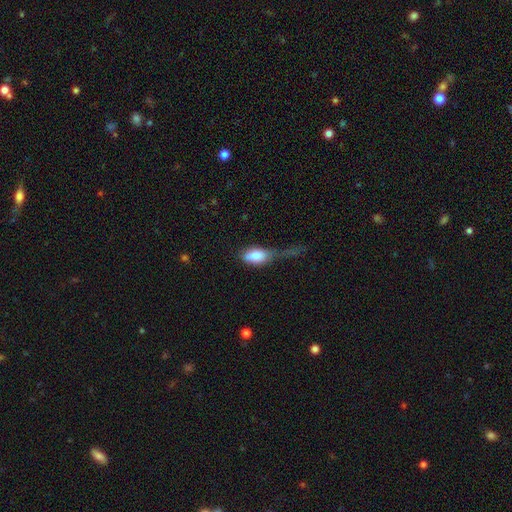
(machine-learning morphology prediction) type=smooth (80%); roundness=in between (88%); merging=major disturbance (42%).